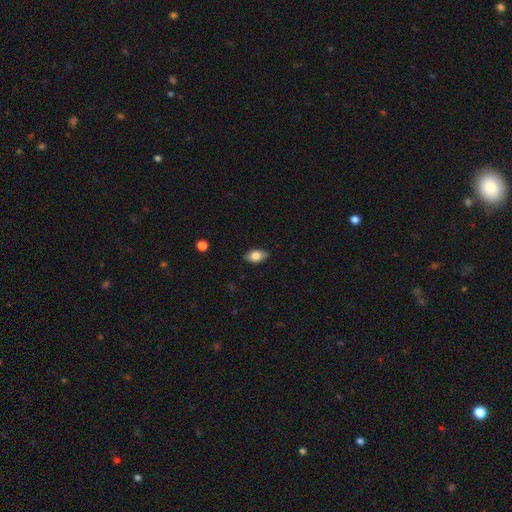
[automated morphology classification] Smooth or featured: smooth — 81% (featured or disk — 12%)
How rounded: in between — 90% (round — 6%)
Merging: none — 86% (minor disturbance — 11%)